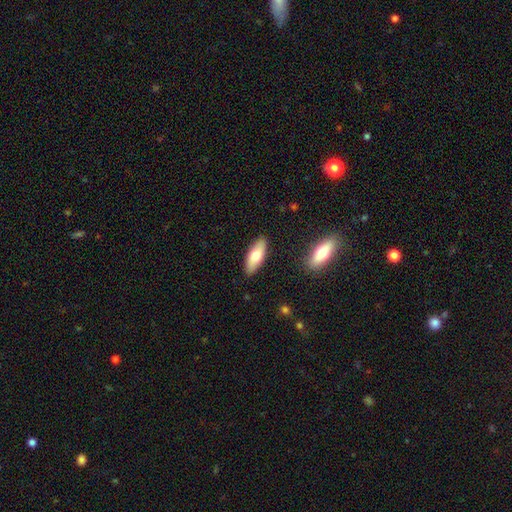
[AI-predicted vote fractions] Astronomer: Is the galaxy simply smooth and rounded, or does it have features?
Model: smooth — 73%.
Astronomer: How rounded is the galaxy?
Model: in between — 70%.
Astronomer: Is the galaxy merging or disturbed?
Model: none — 88%.